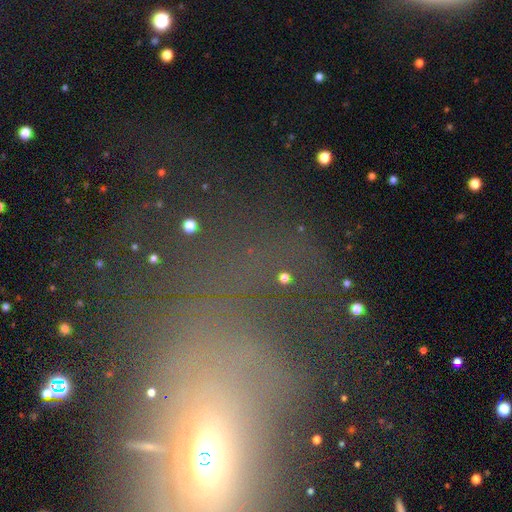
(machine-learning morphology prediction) Overall: star or artifact (39%; smooth 32%).